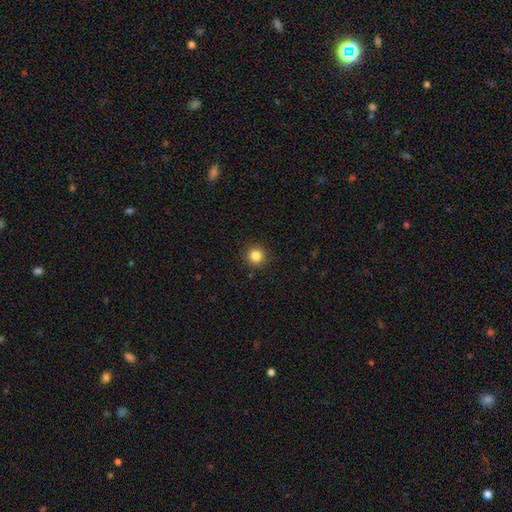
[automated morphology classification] smooth 84%, star or artifact 12%, featured or disk 4%. Down the decision tree: how rounded — round (95%); merging — none (92%).